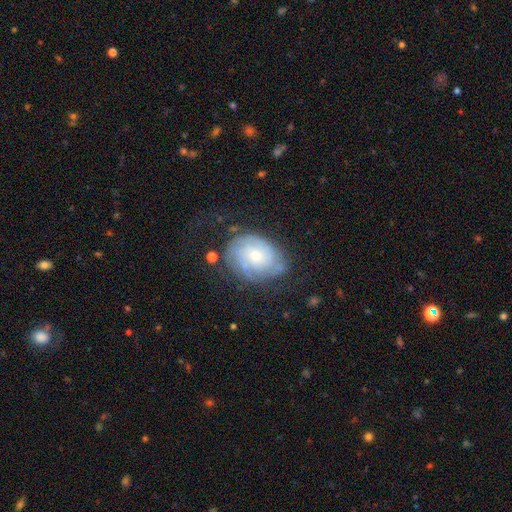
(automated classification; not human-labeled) Overall: featured or disk (77%). Edge-on disk: no (97%). Bar: no (74%). Spiral arms: yes (92%). Spiral arm count: can't tell (40%; 3 20%). Spiral winding: tight (67%). Bulge size: small (56%; moderate 40%). Merging: none (63%; minor disturbance 23%).